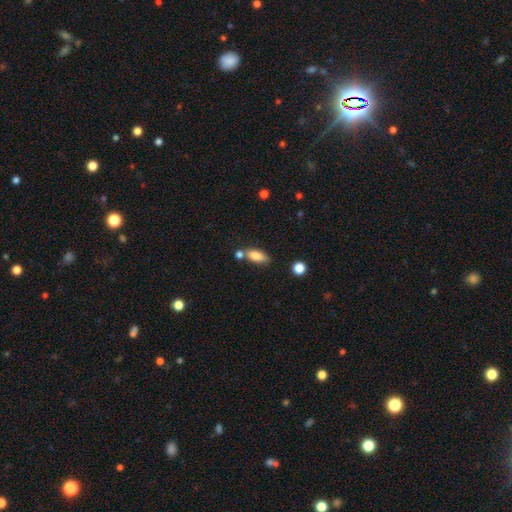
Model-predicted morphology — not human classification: Q: Smooth or featured?
A: smooth (81%); runner-up: featured or disk (11%)
Q: How rounded?
A: in between (81%); runner-up: cigar-shaped (15%)
Q: Merging?
A: none (63%); runner-up: merger (18%)